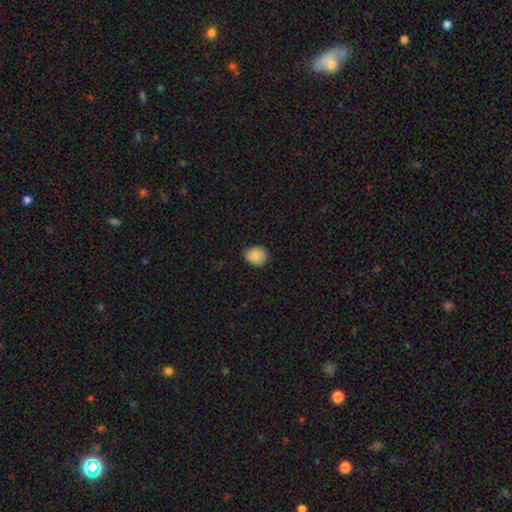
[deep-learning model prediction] smooth-or-featured: smooth: 86% | star or artifact: 8% | featured or disk: 6%
  how-rounded: round: 77% | in between: 22% | cigar-shaped: 1%
  merging: none: 81% | minor disturbance: 16% | major disturbance: 3% | merger: 1%